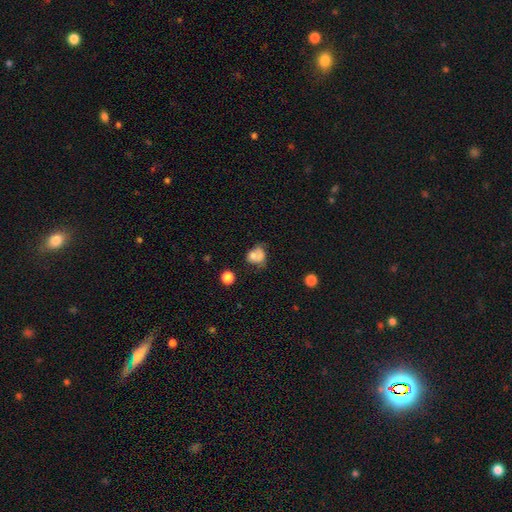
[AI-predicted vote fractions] This is likely a smooth galaxy (66%). How rounded: possibly round (52%). Merging: marginally none (32%).